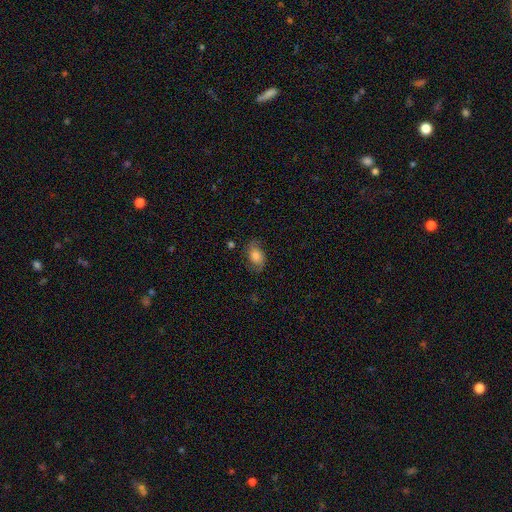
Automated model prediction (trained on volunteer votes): This appears to be a smooth galaxy with no disk features (64%) that is in between round and cigar-shaped (83%). Merging: none (69%).